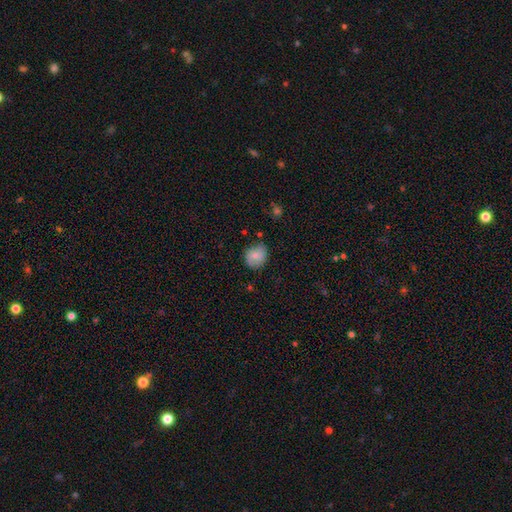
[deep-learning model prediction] This appears to be a smooth galaxy with no disk features (76%) that is round (69%). Merging: none (73%).